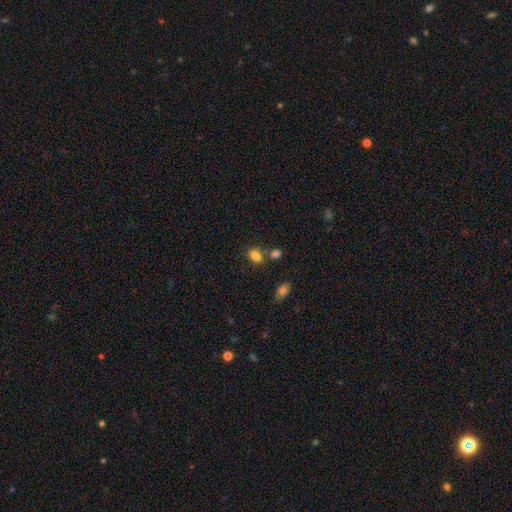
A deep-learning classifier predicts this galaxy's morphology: Smooth or featured? smooth (82%)
How rounded? in between (78%)
Merging? none (58%)